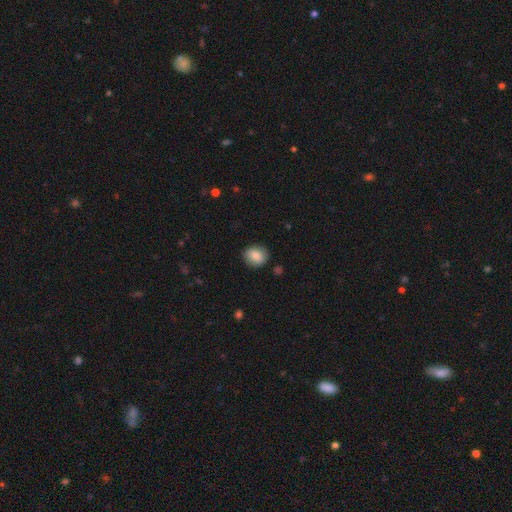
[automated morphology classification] This appears to be a smooth galaxy with no disk features (81%) that is round (68%). Merging: none (85%).